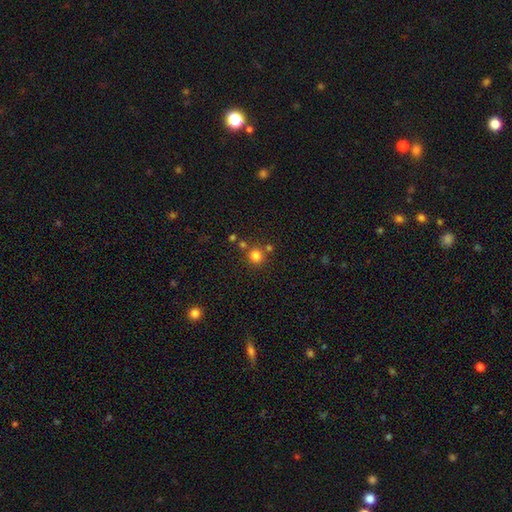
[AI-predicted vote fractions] This appears to be a smooth galaxy with no disk features (80%) that is round (92%). Merging: none (74%).